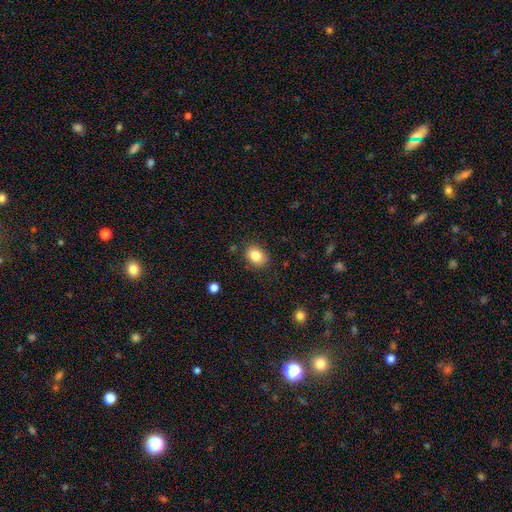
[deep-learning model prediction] This appears to be a smooth galaxy with no disk features (84%) that is in between round and cigar-shaped (54%). Merging: none (85%).